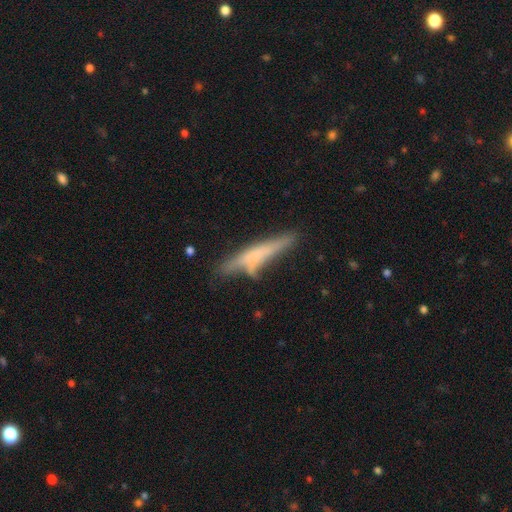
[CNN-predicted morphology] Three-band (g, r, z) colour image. It shows a smooth galaxy with no disk features (49%). Merging: none (59%).